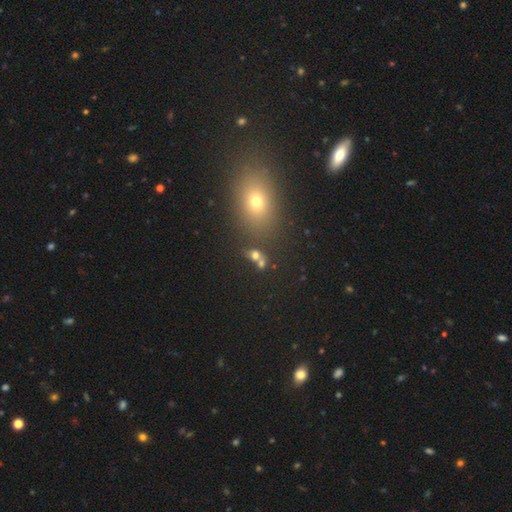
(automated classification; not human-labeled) This is likely a smooth galaxy (67%). How rounded: possibly in between (49%). Merging: marginally merger (42%).